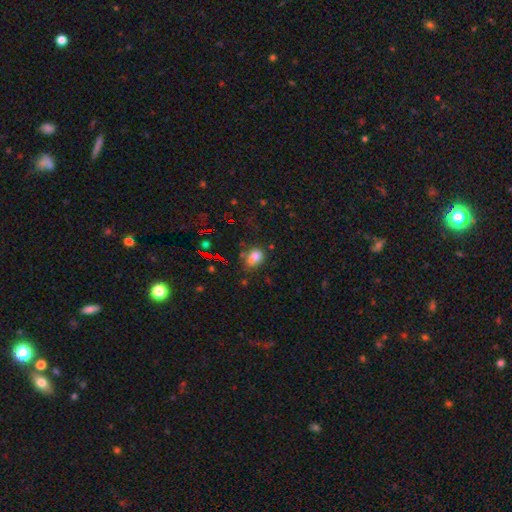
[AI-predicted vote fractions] Smooth or featured?
  - smooth: 76% *
  - star or artifact: 17%
  - featured or disk: 7%
How rounded?
  - in between: 77% *
  - round: 21%
  - cigar-shaped: 2%
Merging?
  - none: 55% *
  - minor disturbance: 26%
  - major disturbance: 10%
  - merger: 9%